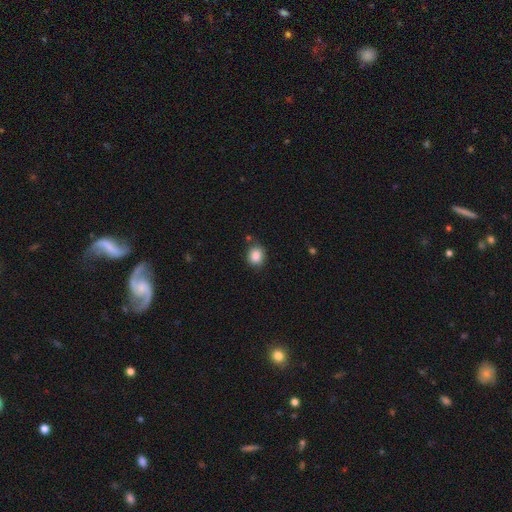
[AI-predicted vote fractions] Smooth or featured: smooth — 86% (star or artifact — 9%)
How rounded: round — 66% (in between — 33%)
Merging: none — 79% (minor disturbance — 14%)